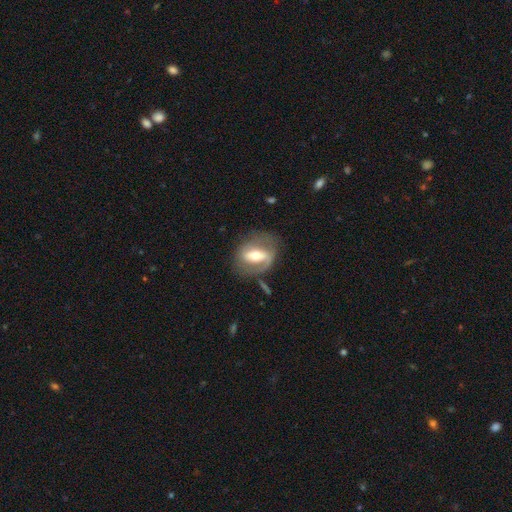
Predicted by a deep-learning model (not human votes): Smooth or featured?
  - featured or disk: 72% *
  - smooth: 22%
  - star or artifact: 6%
Edge-on disk?
  - no: 92% *
  - yes: 8%
Bar?
  - strong: 54% *
  - weak: 30%
  - no: 16%
Spiral arms?
  - yes: 72% *
  - no: 28%
Bulge size?
  - moderate: 67% *
  - small: 23%
  - large: 8%
  - dominant: 1%
  - none: 1%
Merging?
  - none: 65% *
  - minor disturbance: 19%
  - major disturbance: 13%
  - merger: 3%